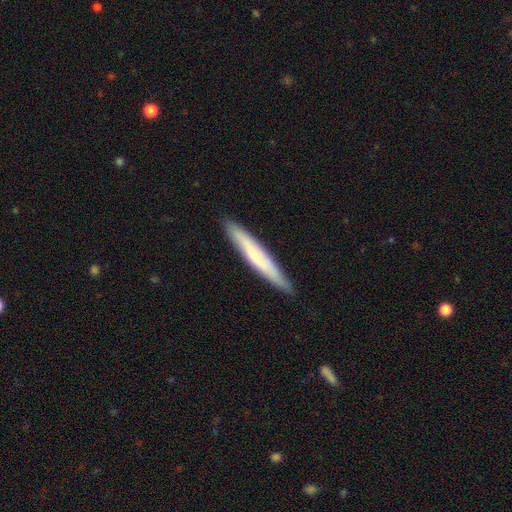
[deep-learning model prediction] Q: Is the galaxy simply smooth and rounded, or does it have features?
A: smooth — 56%.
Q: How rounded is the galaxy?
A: cigar-shaped — 95%.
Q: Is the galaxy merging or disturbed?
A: none — 89%.